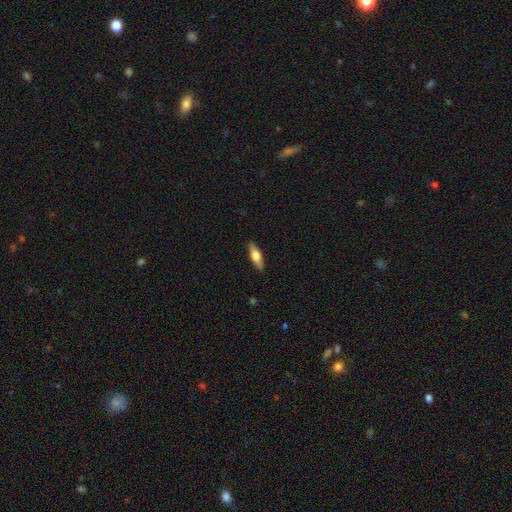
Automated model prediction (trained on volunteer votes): Smooth or featured?
  - smooth: 55% *
  - featured or disk: 40%
  - star or artifact: 6%
How rounded?
  - in between: 52% *
  - cigar-shaped: 46%
  - round: 3%
Merging?
  - none: 89% *
  - minor disturbance: 8%
  - major disturbance: 2%
  - merger: 1%